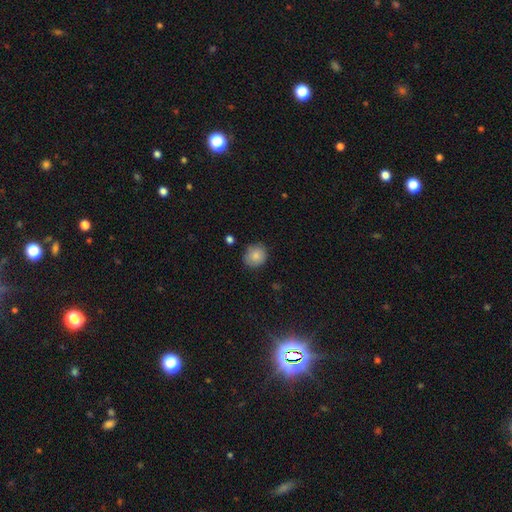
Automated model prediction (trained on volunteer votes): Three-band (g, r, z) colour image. It shows a smooth galaxy with no disk features (84%) that is round (71%). Merging: none (78%).